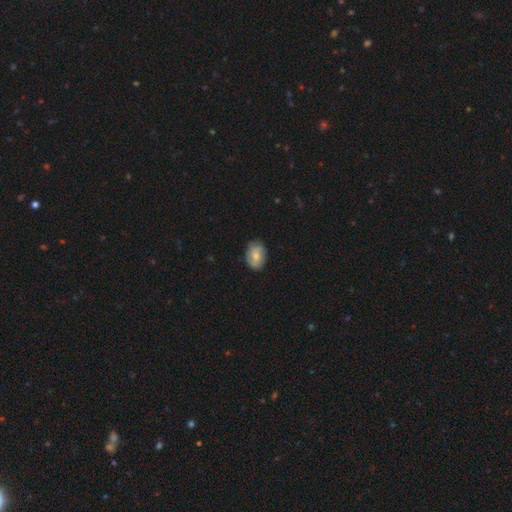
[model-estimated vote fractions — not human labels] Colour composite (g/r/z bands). It shows a smooth galaxy with no disk features (64%) that is in between round and cigar-shaped (72%). Merging: none (78%).